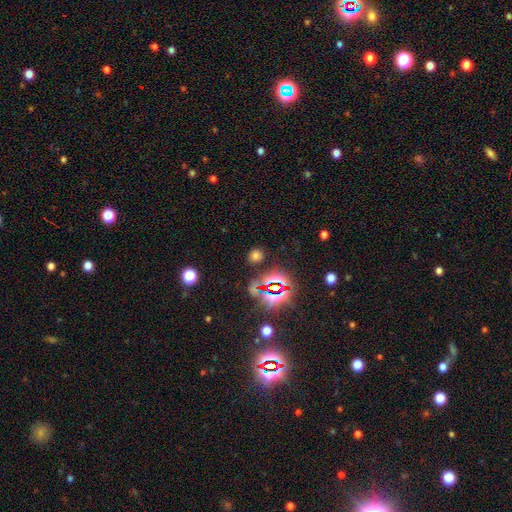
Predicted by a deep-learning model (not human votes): Morphology: type=smooth (58%); roundness=round (69%); merging=none (85%).